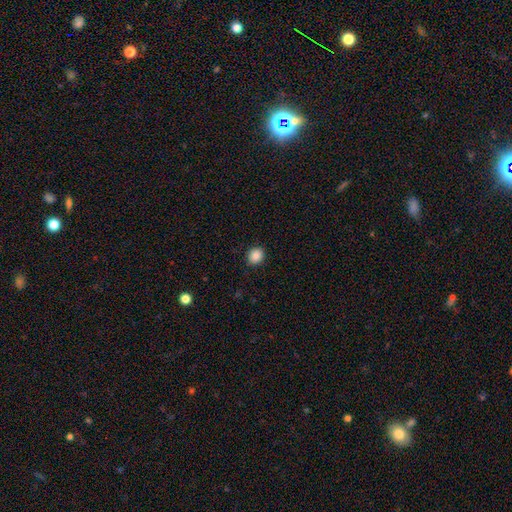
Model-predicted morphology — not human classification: smooth 88%, star or artifact 9%, featured or disk 3%. Down the decision tree: how rounded — round (75%); merging — none (90%).